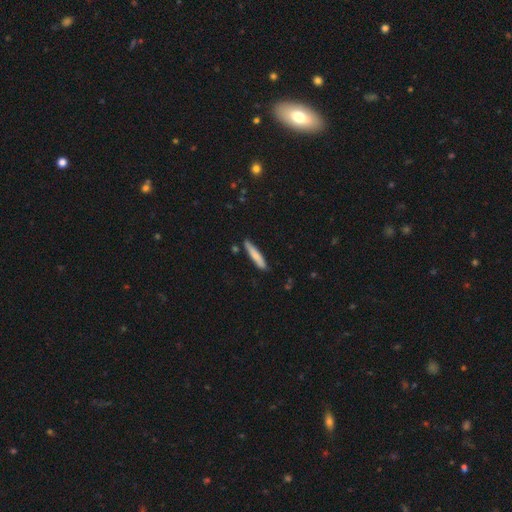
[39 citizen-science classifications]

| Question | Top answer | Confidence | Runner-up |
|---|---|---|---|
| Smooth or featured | smooth | 72% | featured or disk (26%) |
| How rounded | cigar-shaped | 100% | — |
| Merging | none | 79% | minor disturbance (13%) |